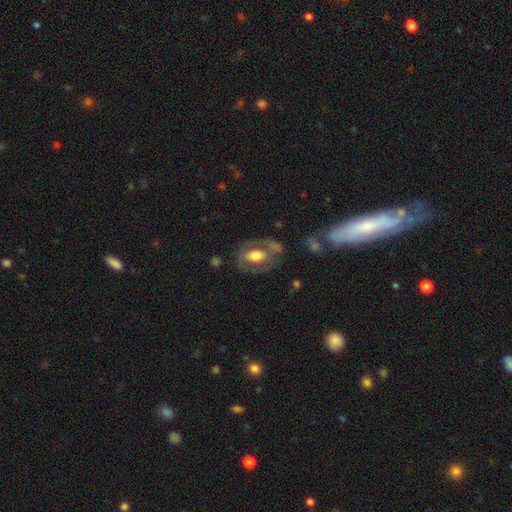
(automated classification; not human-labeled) featured or disk 56%, smooth 38%, star or artifact 6%. Down the decision tree: edge-on disk — no (91%); bar — no (54%); spiral arms — no (64%); bulge size — moderate (48%); merging — none (63%).